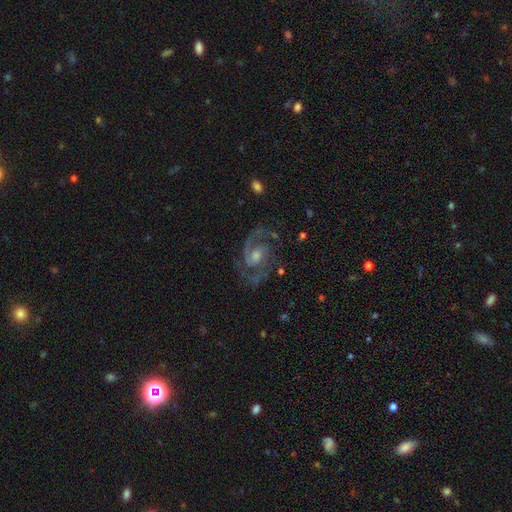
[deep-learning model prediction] Smooth or featured: featured or disk — 91% (star or artifact — 6%)
Edge-on disk: no — 98% (yes — 2%)
Bar: no — 45% (tied with weak — 45%)
Spiral arms: yes — 98% (no — 2%)
Spiral winding: medium — 60% (tight — 29%)
Spiral arm count: 2 — 85% (3 — 6%)
Bulge size: moderate — 54% (small — 28%)
Merging: none — 77% (minor disturbance — 14%)